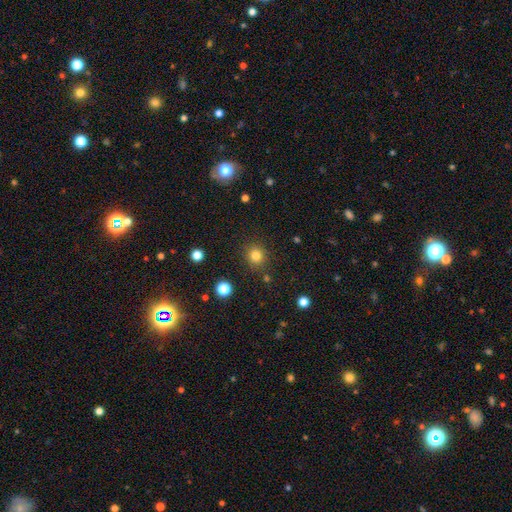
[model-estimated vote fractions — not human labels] Q: Smooth or featured?
A: smooth (81%); runner-up: star or artifact (14%)
Q: How rounded?
A: round (88%); runner-up: in between (11%)
Q: Merging?
A: none (86%); runner-up: minor disturbance (8%)